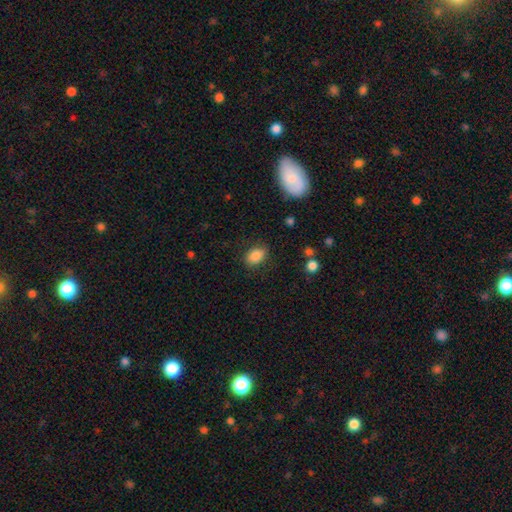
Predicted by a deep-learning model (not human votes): The model was most divided on "how rounded": in between: 82%, round: 16%, cigar-shaped: 2%. More confident: smooth or featured — smooth (85%); merging — none (83%).